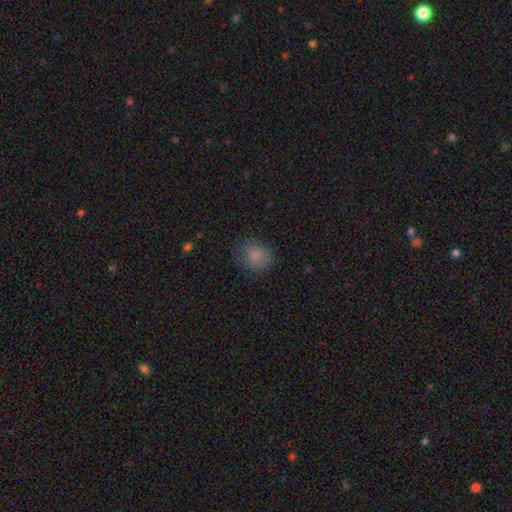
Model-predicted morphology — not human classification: A smooth galaxy with no disk features (83%) that is round (61%).

Vote fractions:
- Smooth or featured? smooth: 83% / star or artifact: 10% / featured or disk: 7%
- How rounded? round: 61% / in between: 38% / cigar-shaped: 1%
- Merging? none: 74% / minor disturbance: 20% / major disturbance: 6% / merger: 1%